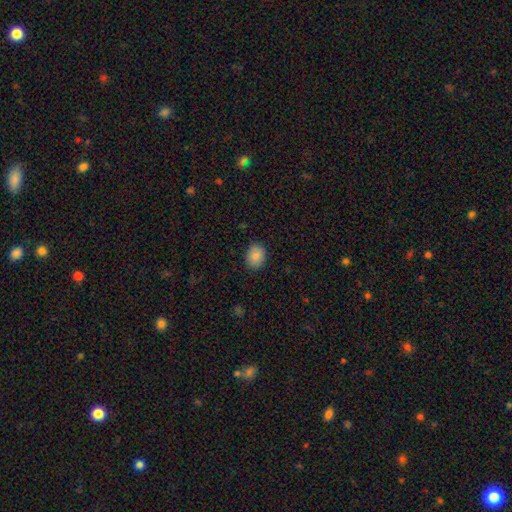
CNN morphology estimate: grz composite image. It shows a smooth galaxy with no disk features (86%) that is in between round and cigar-shaped (55%). Merging: none (87%).